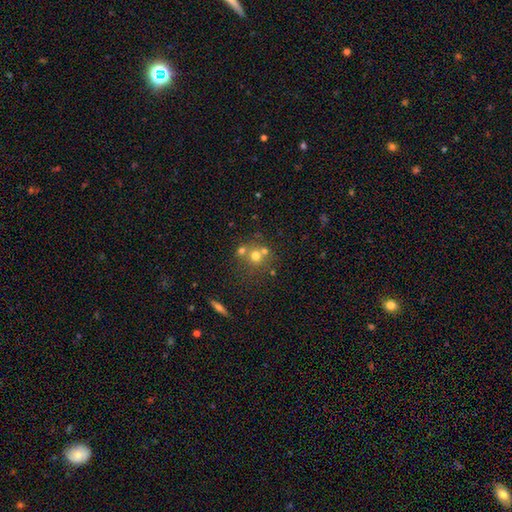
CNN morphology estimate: This appears to be a smooth galaxy with no disk features (64%) that is round (87%). Merging: none (52%).